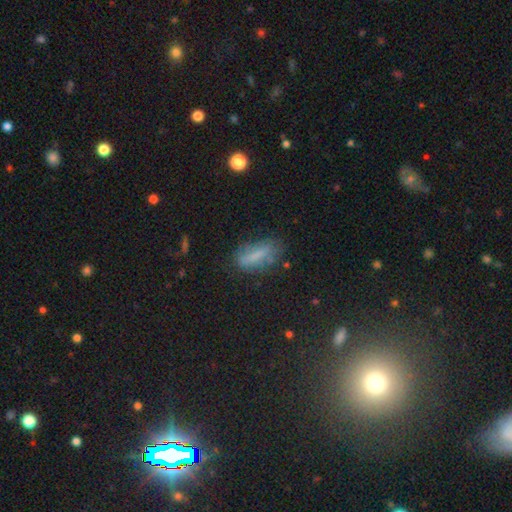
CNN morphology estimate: Q: Smooth or featured?
A: smooth (64%); runner-up: featured or disk (22%)
Q: How rounded?
A: in between (54%); runner-up: cigar-shaped (42%)
Q: Merging?
A: none (63%); runner-up: minor disturbance (23%)